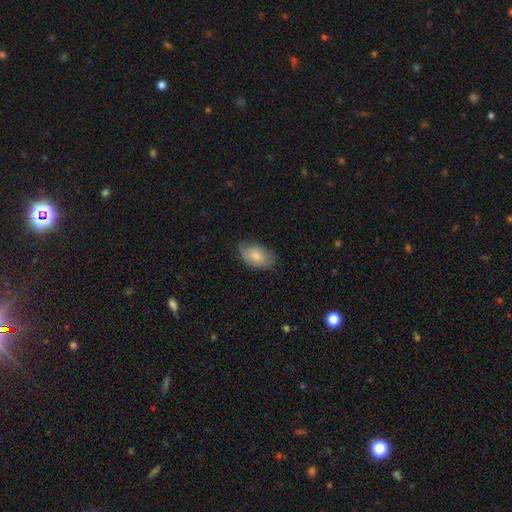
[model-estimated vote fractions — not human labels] A smooth galaxy with no disk features (78%) that is in between round and cigar-shaped (91%).

Vote fractions:
- Smooth or featured? smooth: 78% / featured or disk: 15% / star or artifact: 6%
- How rounded? in between: 91% / round: 7% / cigar-shaped: 1%
- Merging? none: 66% / minor disturbance: 27% / major disturbance: 6% / merger: 1%